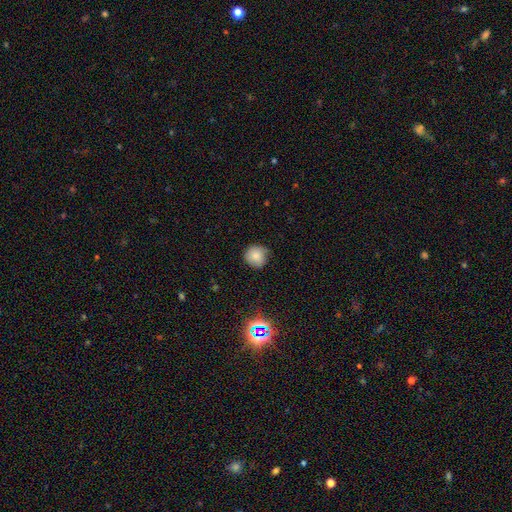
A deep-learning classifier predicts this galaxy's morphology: A smooth galaxy with no disk features (76%) that is round (91%). Merging: none (71%).